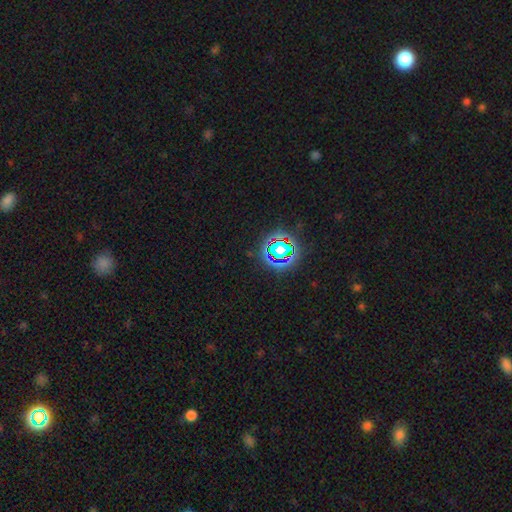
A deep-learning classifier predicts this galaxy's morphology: Q: Smooth or featured?
A: star or artifact (76%); runner-up: smooth (16%)